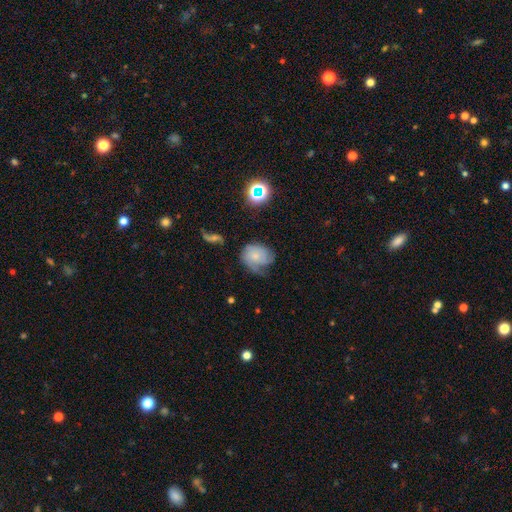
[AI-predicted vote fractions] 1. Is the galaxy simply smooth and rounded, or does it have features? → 46% featured or disk, 43% smooth, 11% star or artifact.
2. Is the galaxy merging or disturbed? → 39% none, 33% minor disturbance, 26% major disturbance, 3% merger.